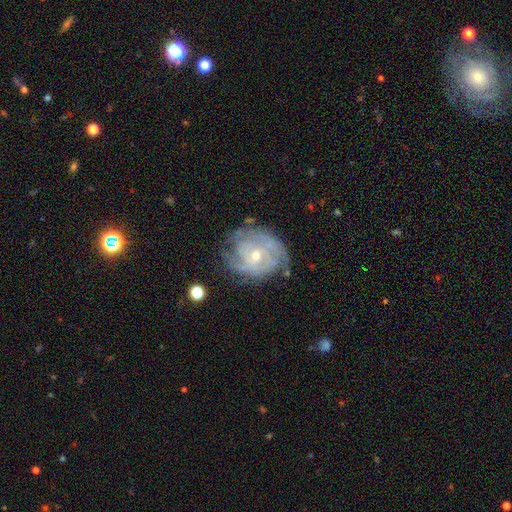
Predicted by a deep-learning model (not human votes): Smooth or featured? Predicted: featured or disk (p=0.83). Edge-on disk? Predicted: no (p=0.97). Bar? Predicted: no (p=0.69). Spiral arms? Predicted: yes (p=0.93). Spiral winding? Predicted: tight (p=0.66). Spiral arm count? Predicted: can't tell (p=0.39). Bulge size? Predicted: small (p=0.59). Merging? Predicted: none (p=0.69).